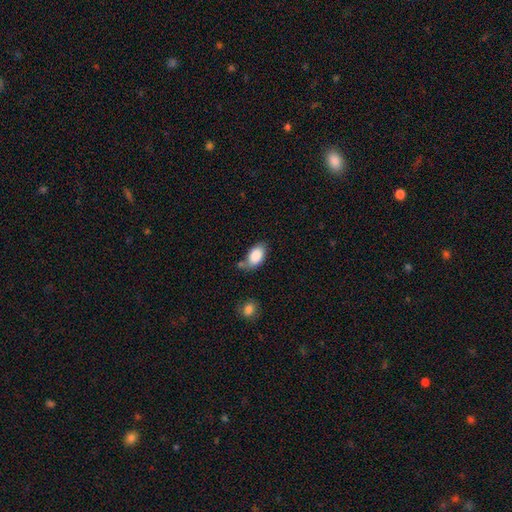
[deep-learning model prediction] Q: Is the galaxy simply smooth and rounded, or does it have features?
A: smooth — 86%.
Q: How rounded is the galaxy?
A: in between — 92%.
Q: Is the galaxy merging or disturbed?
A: none — 55%.